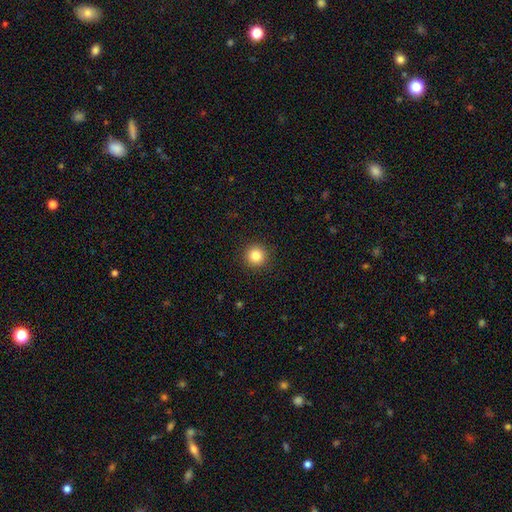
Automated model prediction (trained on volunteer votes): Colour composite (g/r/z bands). It shows a smooth galaxy with no disk features (84%) that is round (95%). Merging: none (93%).